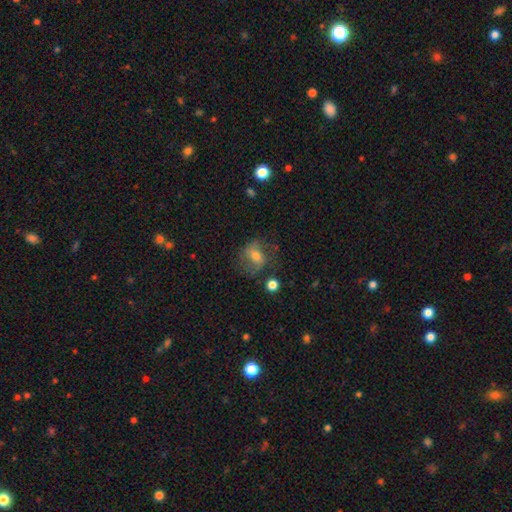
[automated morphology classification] Overall: smooth (48%; featured or disk 41%). Merging: none (59%; minor disturbance 22%).